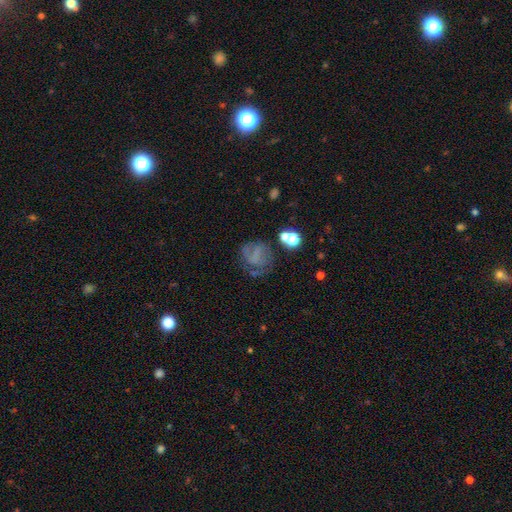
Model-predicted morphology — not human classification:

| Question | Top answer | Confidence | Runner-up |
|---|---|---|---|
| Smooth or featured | featured or disk | 44% | smooth (39%) |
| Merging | none | 47% | major disturbance (24%) |